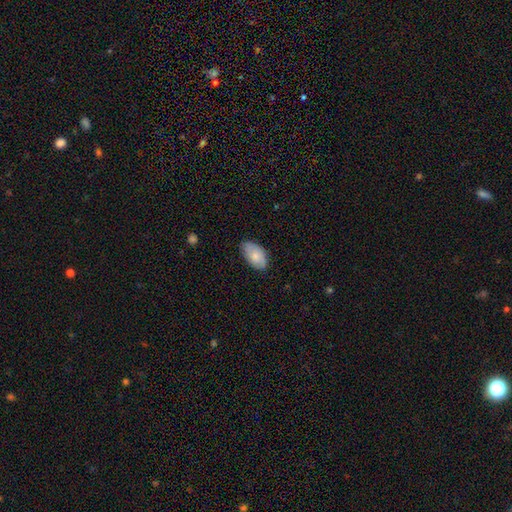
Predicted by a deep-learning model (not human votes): The model was most divided on "smooth or featured": smooth: 75%, featured or disk: 19%, star or artifact: 6%. More confident: how rounded — in between (94%); merging — none (77%).